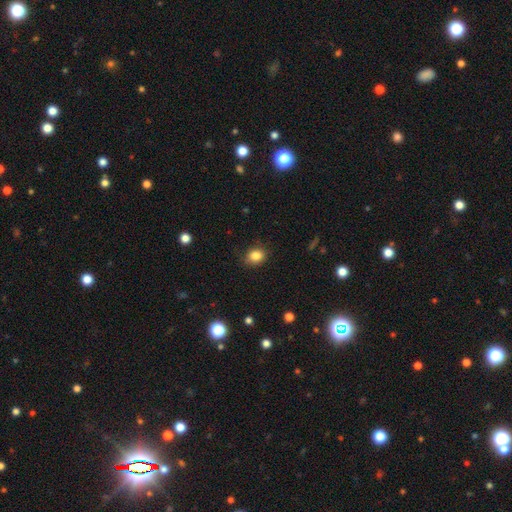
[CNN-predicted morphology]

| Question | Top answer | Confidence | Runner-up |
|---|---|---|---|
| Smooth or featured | smooth | 84% | star or artifact (10%) |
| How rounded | round | 53% | in between (46%) |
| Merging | none | 82% | minor disturbance (14%) |